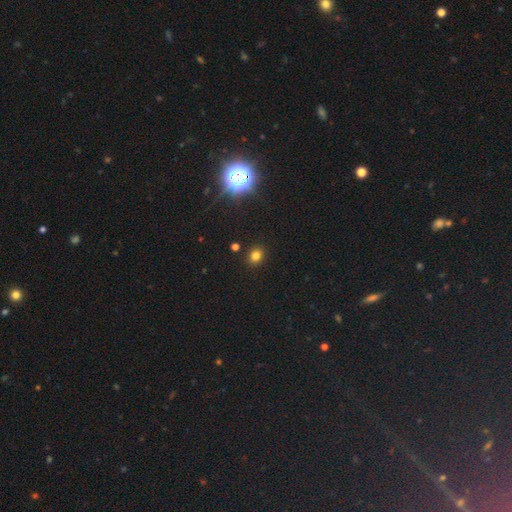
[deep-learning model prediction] Smooth or featured: smooth — 76% (star or artifact — 18%)
How rounded: round — 64% (in between — 35%)
Merging: none — 88% (minor disturbance — 7%)